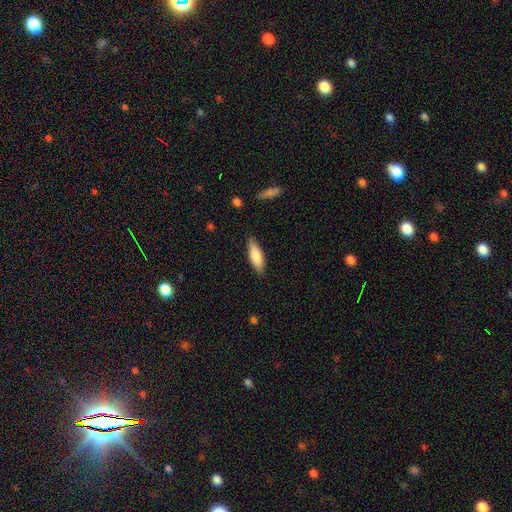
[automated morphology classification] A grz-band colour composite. It shows a smooth galaxy with no disk features (77%) that is cigar-shaped (49%, tied with in between). Merging: none (86%).